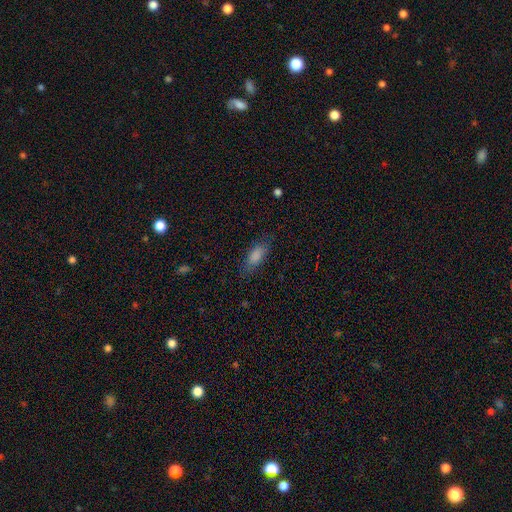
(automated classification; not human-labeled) smooth-or-featured: smooth: 84% | featured or disk: 9% | star or artifact: 7%
  how-rounded: in between: 77% | cigar-shaped: 21% | round: 2%
  merging: none: 77% | minor disturbance: 17% | major disturbance: 5% | merger: 1%